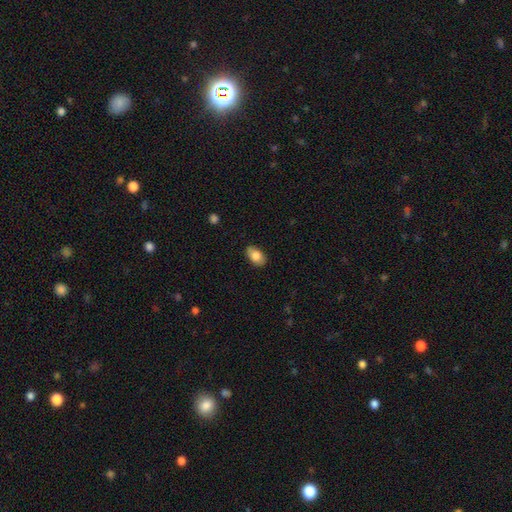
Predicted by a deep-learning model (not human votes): This is likely a smooth galaxy (80%). How rounded: clearly in between (87%). Merging: likely none (79%).